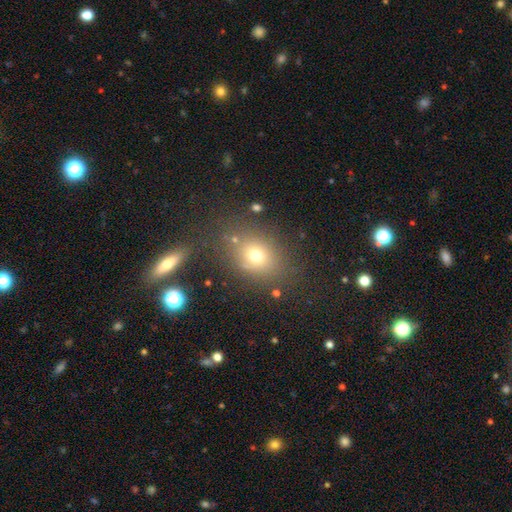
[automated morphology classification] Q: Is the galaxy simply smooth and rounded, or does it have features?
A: smooth — 70%.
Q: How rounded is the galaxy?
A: in between — 52%.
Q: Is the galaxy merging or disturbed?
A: none — 74%.